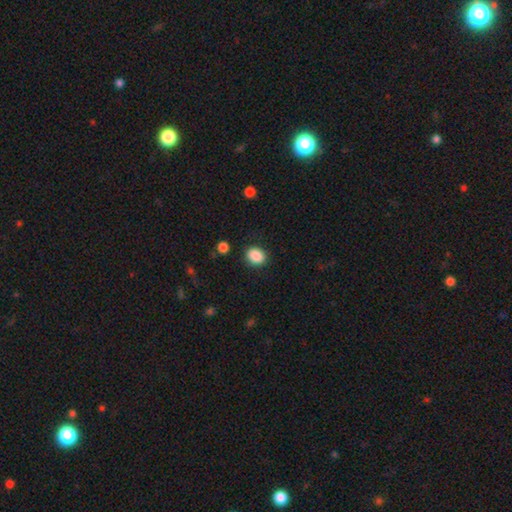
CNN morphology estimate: A smooth galaxy with no disk features (88%) that is in between round and cigar-shaped (52%). Merging: none (87%).